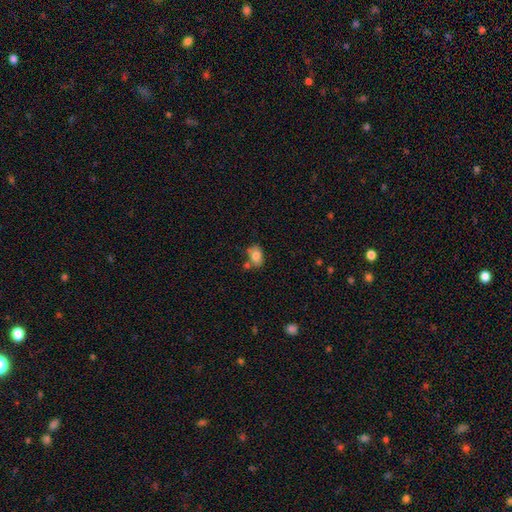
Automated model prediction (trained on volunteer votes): A smooth galaxy with no disk features (79%) that is in between round and cigar-shaped (82%). Merging: none (50%).